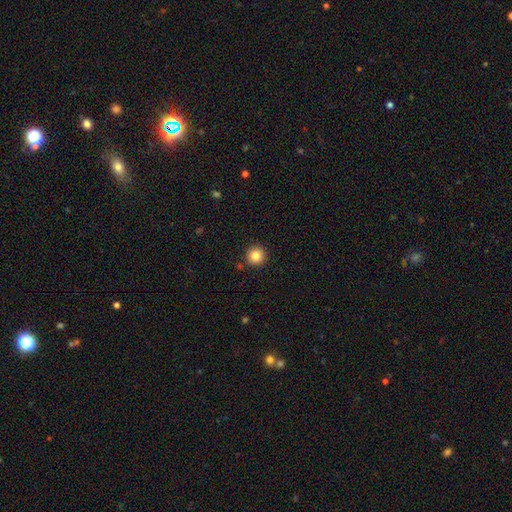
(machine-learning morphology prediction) smooth_or_featured: smooth (p=0.84) [alt: star or artifact p=0.10]
how_rounded: round (p=0.96) [alt: in between p=0.04]
merging: none (p=0.91) [alt: minor disturbance p=0.05]